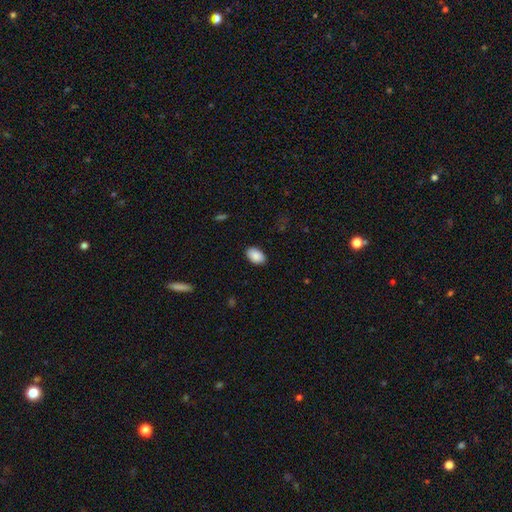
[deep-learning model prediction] smooth 89%, star or artifact 6%, featured or disk 4%. Down the decision tree: how rounded — in between (91%); merging — none (88%).